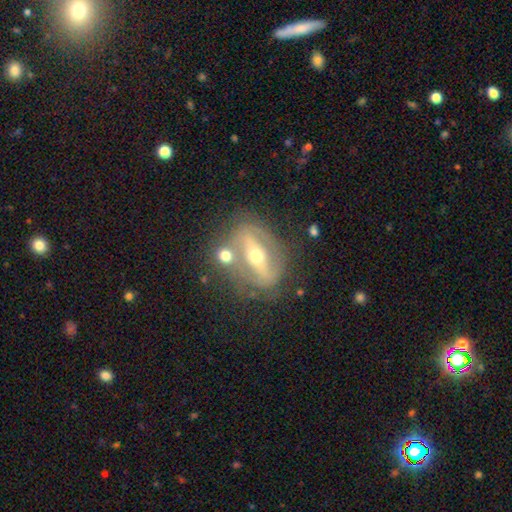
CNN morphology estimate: smooth-or-featured: featured or disk: 78% | smooth: 15% | star or artifact: 7%
  disk-edge-on: no: 84% | yes: 16%
    bar: strong: 67% | weak: 18% | no: 16%
    has-spiral-arms: yes: 52% | no: 48%
    bulge-size: moderate: 59% | small: 36% | large: 3% | dominant: 1% | none: 1%
  merging: none: 66% | minor disturbance: 16% | merger: 10% | major disturbance: 8%